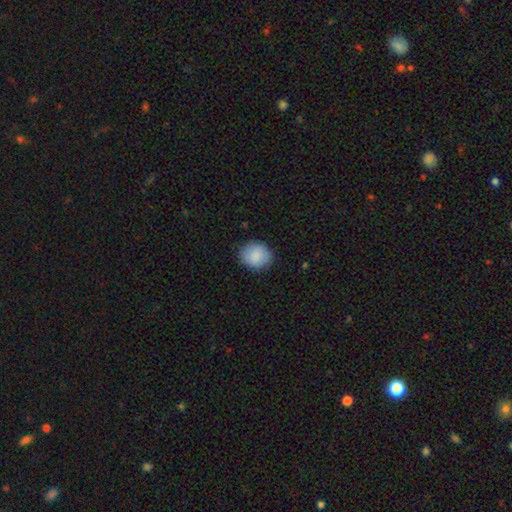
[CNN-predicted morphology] The model was most divided on "how rounded": round: 72%, in between: 27%, cigar-shaped: 1%. More confident: smooth or featured — smooth (89%); merging — none (87%).